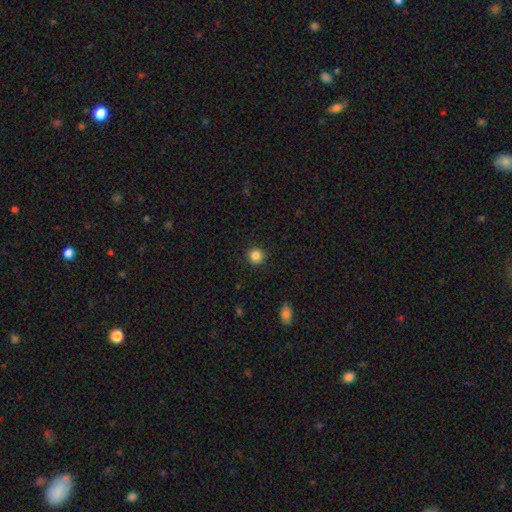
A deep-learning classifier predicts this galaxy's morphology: Smooth or featured? smooth (85%)
How rounded? round (95%)
Merging? none (92%)